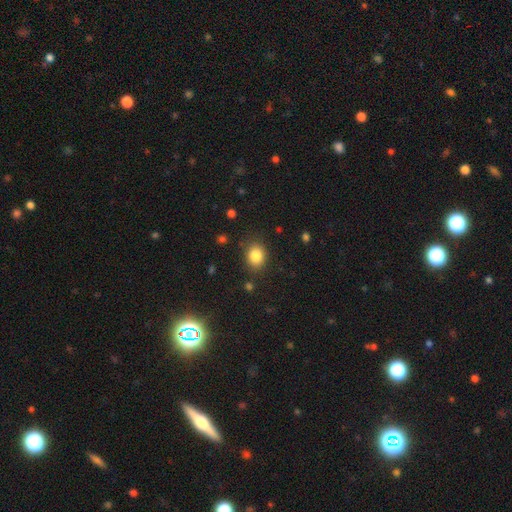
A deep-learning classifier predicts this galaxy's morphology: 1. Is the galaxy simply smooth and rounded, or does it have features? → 85% smooth, 10% star or artifact, 5% featured or disk.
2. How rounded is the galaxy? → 50% in between, 49% round, 1% cigar-shaped.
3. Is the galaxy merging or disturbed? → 84% none, 11% minor disturbance, 4% major disturbance, 2% merger.